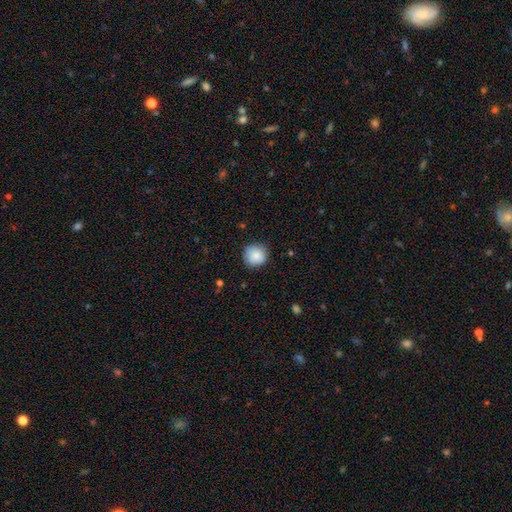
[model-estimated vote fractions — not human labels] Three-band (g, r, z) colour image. It shows a smooth galaxy with no disk features (86%) that is round (93%). Merging: none (83%).